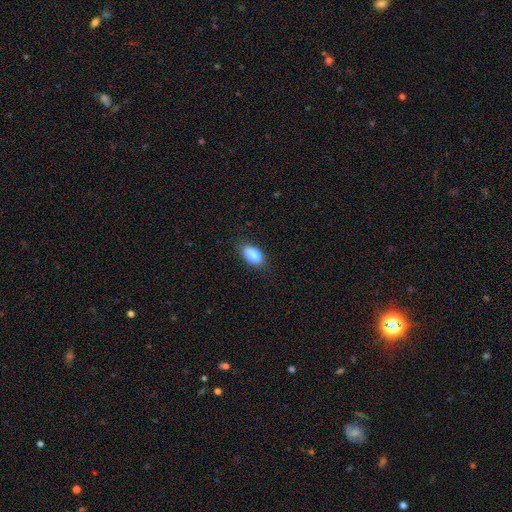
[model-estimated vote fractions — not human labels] smooth 84%, star or artifact 8%, featured or disk 8%. Down the decision tree: how rounded — in between (89%); merging — none (74%).